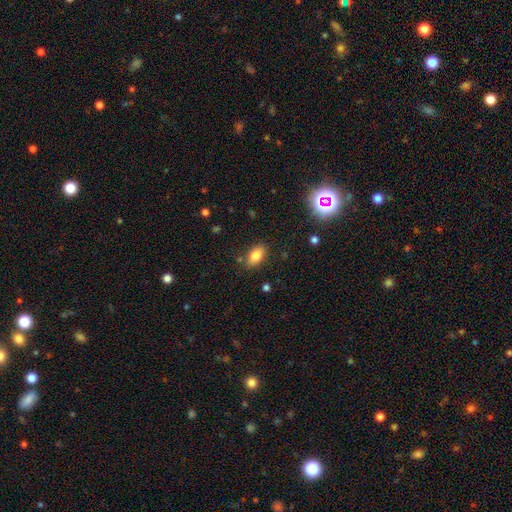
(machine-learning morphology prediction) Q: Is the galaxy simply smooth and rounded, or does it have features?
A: smooth — 79%.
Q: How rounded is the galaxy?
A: in between — 88%.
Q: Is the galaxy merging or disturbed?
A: none — 83%.